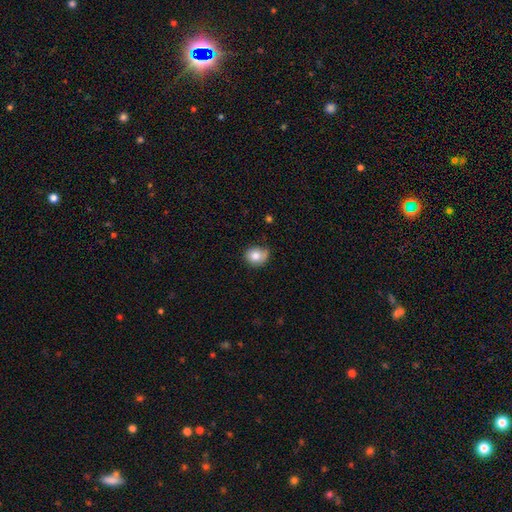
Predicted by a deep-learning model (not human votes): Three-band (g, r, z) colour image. It shows a smooth galaxy with no disk features (81%) that is round (65%). Merging: none (56%).